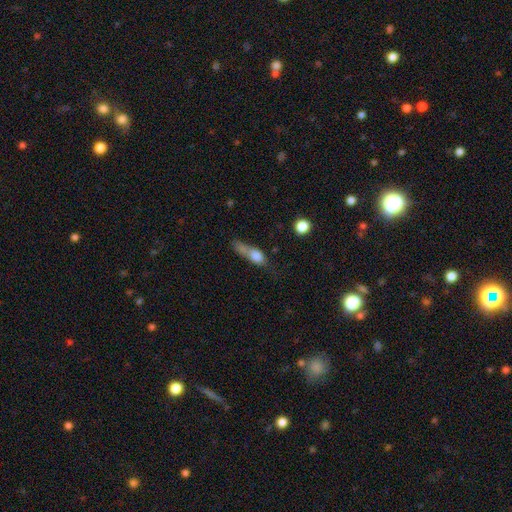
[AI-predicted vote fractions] smooth 69%, featured or disk 21%, star or artifact 10%. Down the decision tree: how rounded — in between (51%); merging — merger (28%).